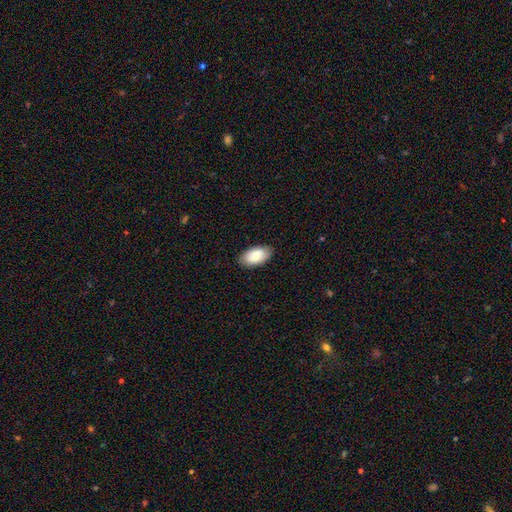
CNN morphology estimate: Overall: smooth (83%). How rounded: in between (95%). Merging: none (86%).